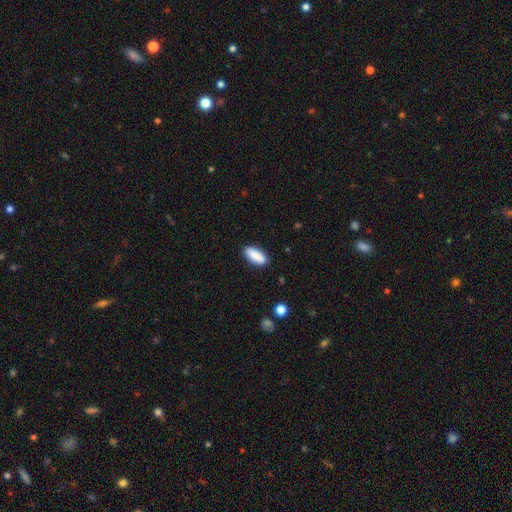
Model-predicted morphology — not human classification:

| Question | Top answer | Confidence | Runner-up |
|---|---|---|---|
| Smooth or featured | smooth | 87% | featured or disk (7%) |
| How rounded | in between | 67% | cigar-shaped (31%) |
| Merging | none | 87% | minor disturbance (10%) |